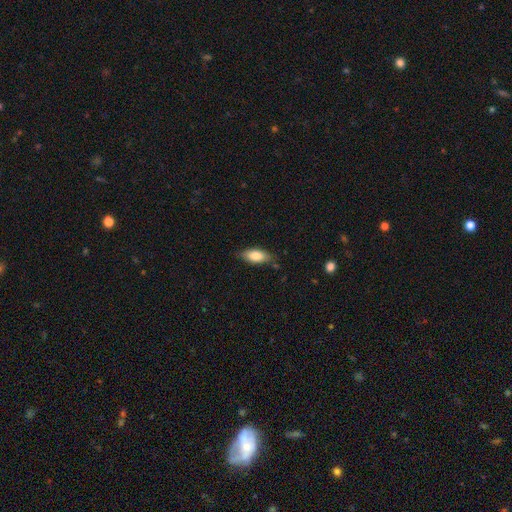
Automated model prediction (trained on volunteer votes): This appears to be a smooth galaxy with no disk features (80%) that is in between round and cigar-shaped (84%). Merging: none (76%).